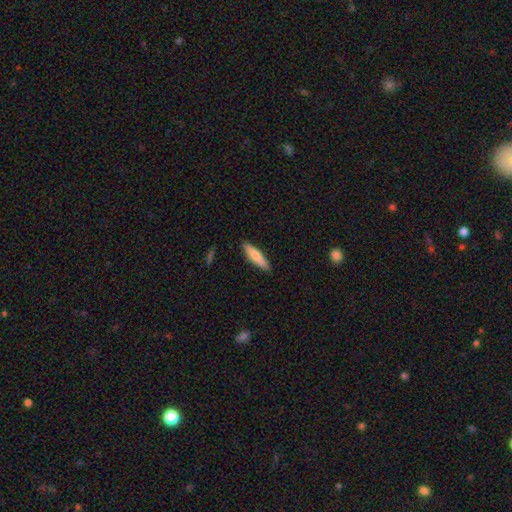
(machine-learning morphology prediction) The model was most divided on "smooth or featured": smooth: 78%, featured or disk: 16%, star or artifact: 6%. More confident: merging — none (89%); how rounded — cigar-shaped (81%).